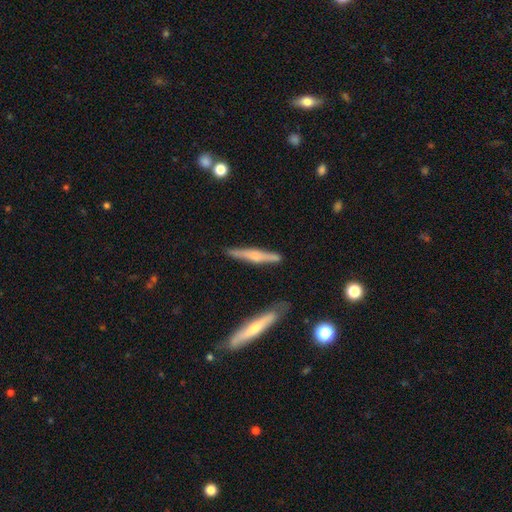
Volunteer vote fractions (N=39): Smooth or featured?
  - featured or disk: 67% *
  - smooth: 33%
  - star or artifact: 0%
Edge-on disk?
  - yes: 96% *
  - no: 4%
Edge-on bulge?
  - rounded: 80% *
  - boxy: 16%
  - none: 4%
Merging?
  - none: 87% *
  - minor disturbance: 8%
  - merger: 5%
  - major disturbance: 0%